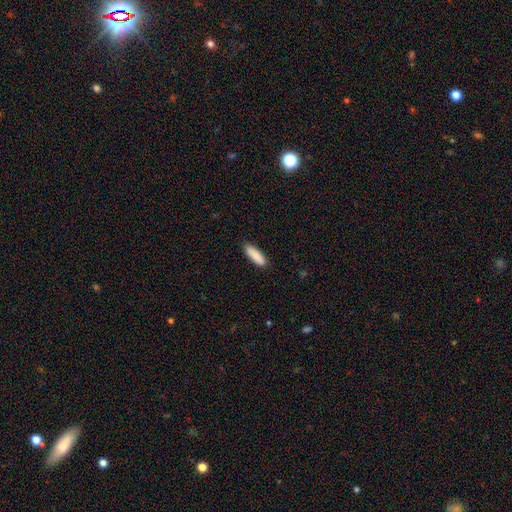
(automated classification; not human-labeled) The model was most divided on "how rounded": cigar-shaped: 54%, in between: 44%, round: 2%. More confident: smooth or featured — smooth (88%); merging — none (88%).